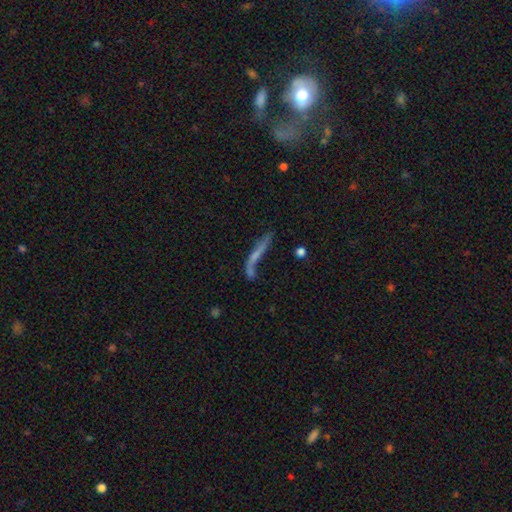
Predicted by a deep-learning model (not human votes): This appears to be a featured or disk galaxy (48%). Merging: none (40%).